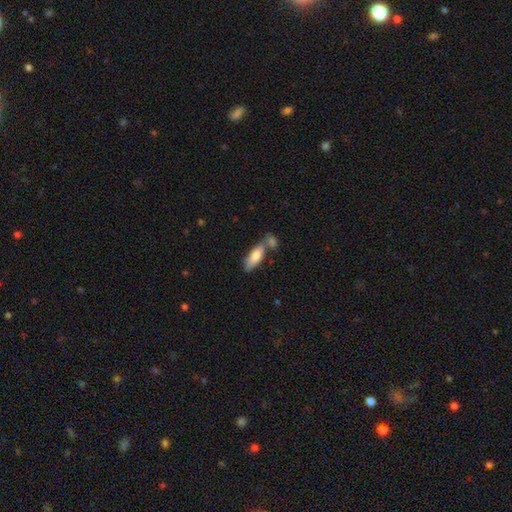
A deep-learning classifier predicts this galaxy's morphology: smooth_or_featured: smooth (p=0.77) [alt: featured or disk p=0.17]
how_rounded: in between (p=0.62) [alt: cigar-shaped p=0.36]
merging: none (p=0.48) [alt: merger p=0.34]